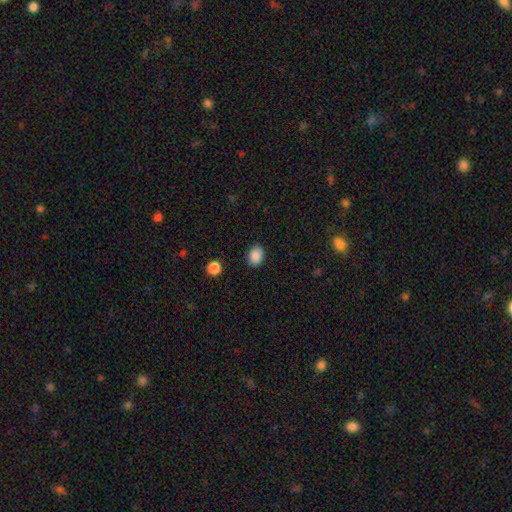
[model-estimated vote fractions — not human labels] Smooth or featured: smooth — 88% (star or artifact — 9%)
How rounded: in between — 65% (round — 34%)
Merging: none — 88% (minor disturbance — 8%)